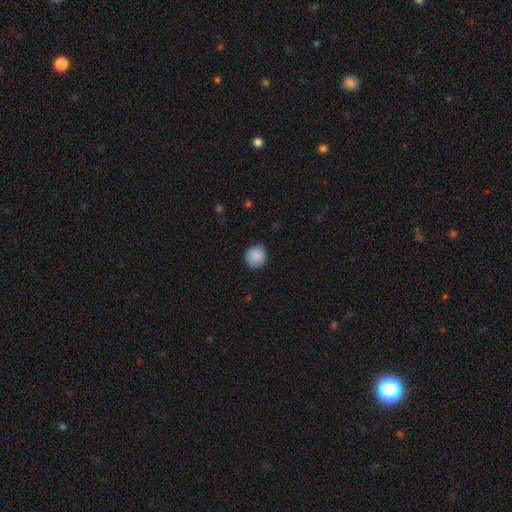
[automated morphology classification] smooth_or_featured: smooth (p=0.89) [alt: star or artifact p=0.08]
how_rounded: round (p=0.93) [alt: in between p=0.06]
merging: none (p=0.86) [alt: minor disturbance p=0.11]